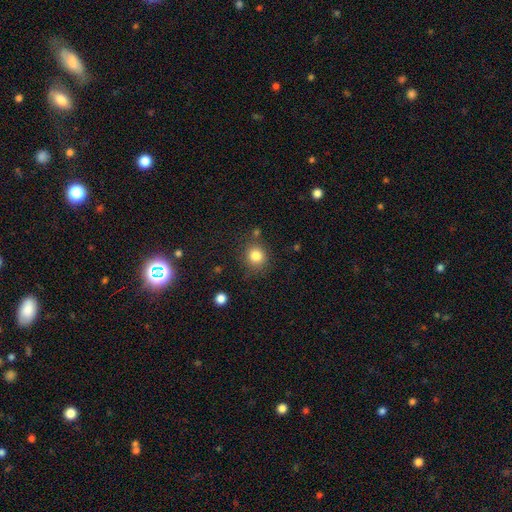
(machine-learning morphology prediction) smooth 82%, star or artifact 11%, featured or disk 6%. Down the decision tree: how rounded — round (86%); merging — none (79%).